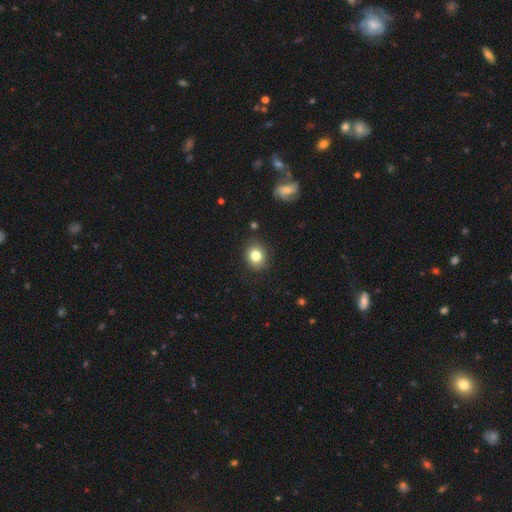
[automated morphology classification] Overall: smooth (81%). How rounded: round (66%; in between 33%). Merging: none (86%).